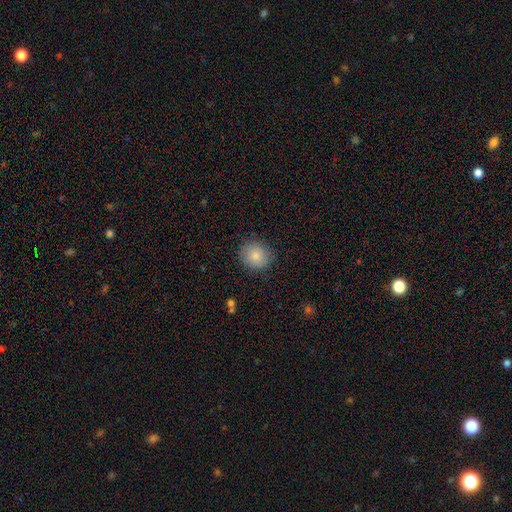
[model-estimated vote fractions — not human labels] Smooth or featured? smooth (82%)
How rounded? round (83%)
Merging? none (83%)